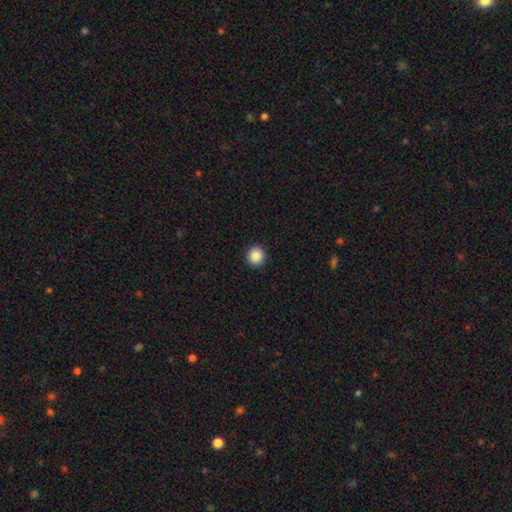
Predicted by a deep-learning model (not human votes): Smooth or featured? Predicted: smooth (p=0.88). How rounded? Predicted: round (p=0.95). Merging? Predicted: none (p=0.93).